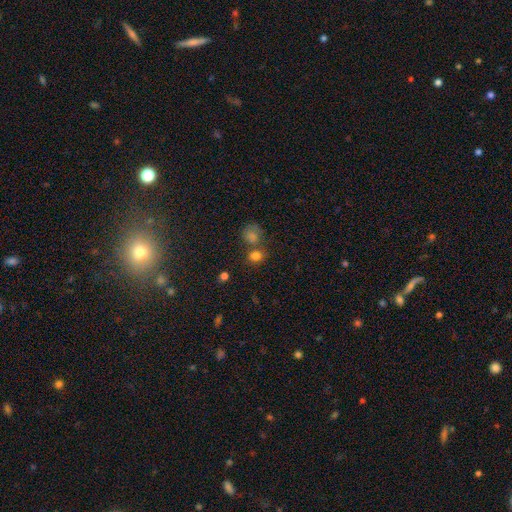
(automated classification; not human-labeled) A smooth galaxy with no disk features (79%) that is round (62%).

Vote fractions:
- Smooth or featured? smooth: 79% / star or artifact: 14% / featured or disk: 7%
- How rounded? round: 62% / in between: 36% / cigar-shaped: 1%
- Merging? none: 57% / merger: 27% / minor disturbance: 11% / major disturbance: 5%